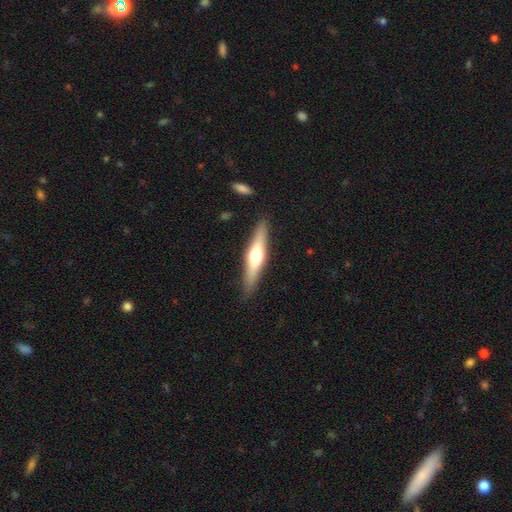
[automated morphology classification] A featured or disk galaxy (56%) viewed edge-on (95%) with a rounded central bulge (89%).

Vote fractions:
- Smooth or featured? featured or disk: 56% / smooth: 39% / star or artifact: 5%
- Edge-on disk? yes: 95% / no: 5%
- Edge-on bulge? rounded: 89% / boxy: 6% / none: 5%
- Merging? none: 88% / minor disturbance: 9% / major disturbance: 2% / merger: 1%